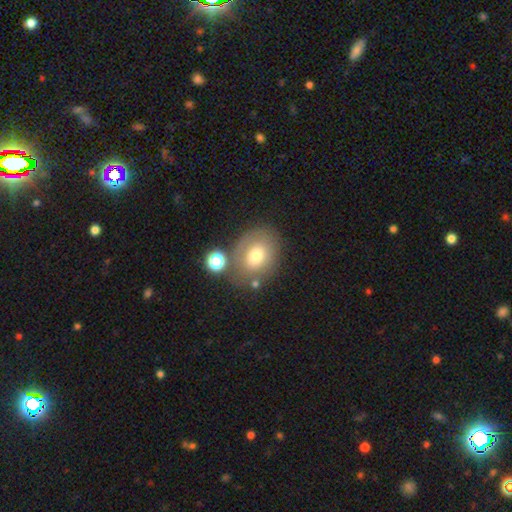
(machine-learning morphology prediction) Smooth or featured? smooth (68%)
How rounded? in between (54%)
Merging? none (65%)